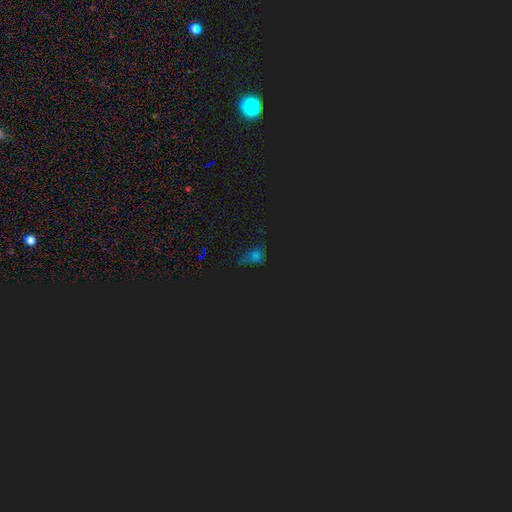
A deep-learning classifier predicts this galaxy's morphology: type=star or artifact (67%).